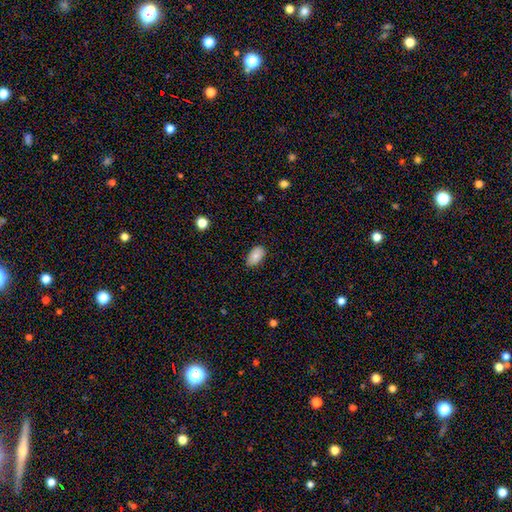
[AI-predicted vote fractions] Smooth or featured?
  - smooth: 82% *
  - featured or disk: 11%
  - star or artifact: 7%
How rounded?
  - in between: 93% *
  - round: 5%
  - cigar-shaped: 2%
Merging?
  - none: 82% *
  - minor disturbance: 14%
  - major disturbance: 2%
  - merger: 1%